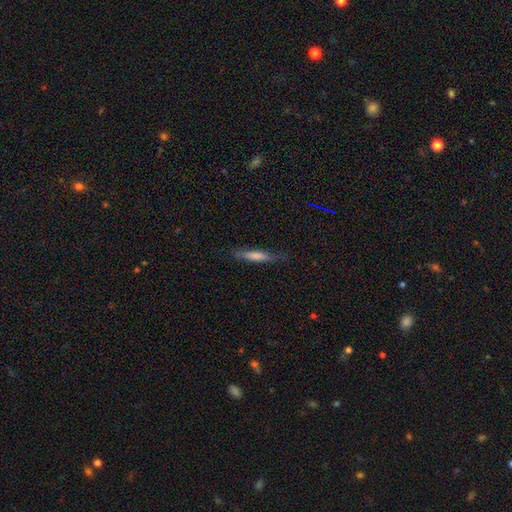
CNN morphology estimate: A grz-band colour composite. It shows a featured or disk galaxy (48%). Merging: none (78%).